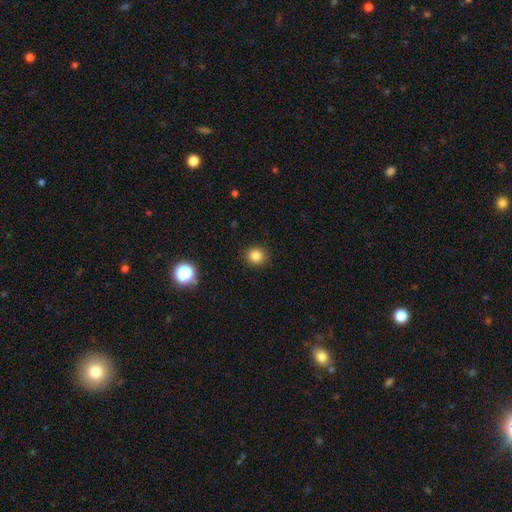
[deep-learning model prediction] smooth-or-featured: smooth: 84% | star or artifact: 12% | featured or disk: 4%
  how-rounded: round: 89% | in between: 10% | cigar-shaped: 1%
  merging: none: 91% | minor disturbance: 6% | major disturbance: 2% | merger: 1%